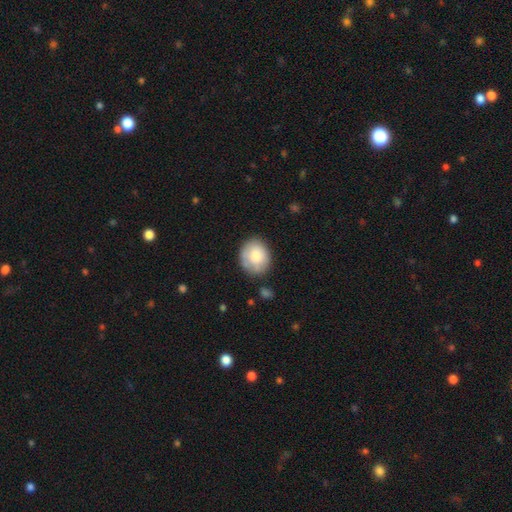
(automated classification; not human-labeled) A smooth galaxy with no disk features (78%) that is round (65%). Merging: none (73%).